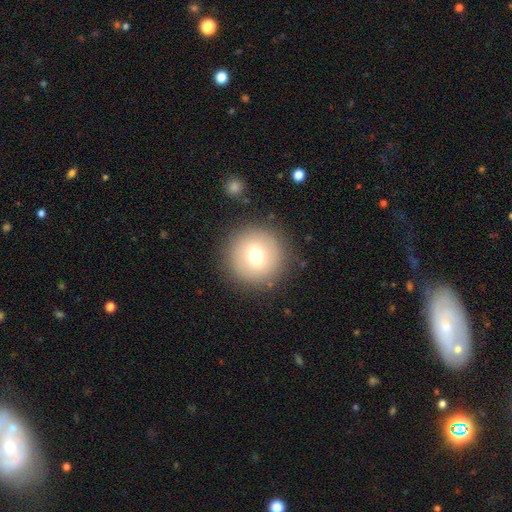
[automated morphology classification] A smooth galaxy with no disk features (70%) that is round (96%). Merging: none (88%).